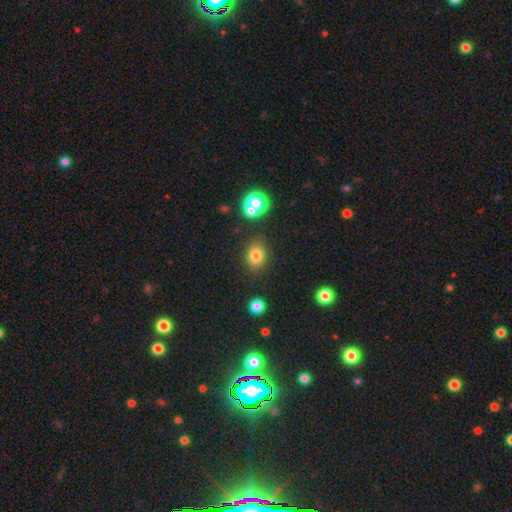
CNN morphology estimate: The model was most divided on "how rounded": round: 64%, in between: 35%, cigar-shaped: 1%. More confident: merging — none (84%); smooth or featured — smooth (78%).